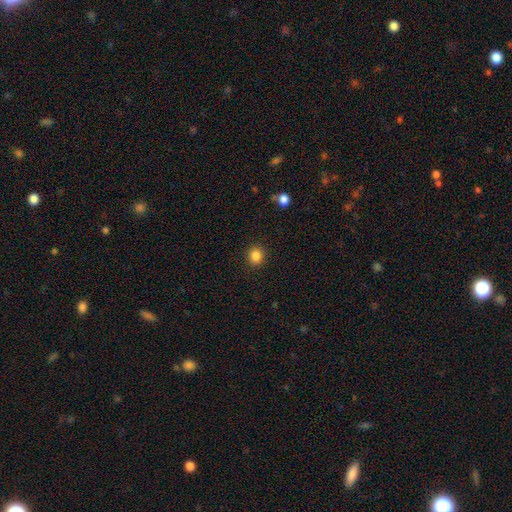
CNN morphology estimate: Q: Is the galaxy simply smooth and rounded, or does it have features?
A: smooth — 86%.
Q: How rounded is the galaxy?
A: round — 77%.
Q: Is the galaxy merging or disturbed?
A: none — 90%.